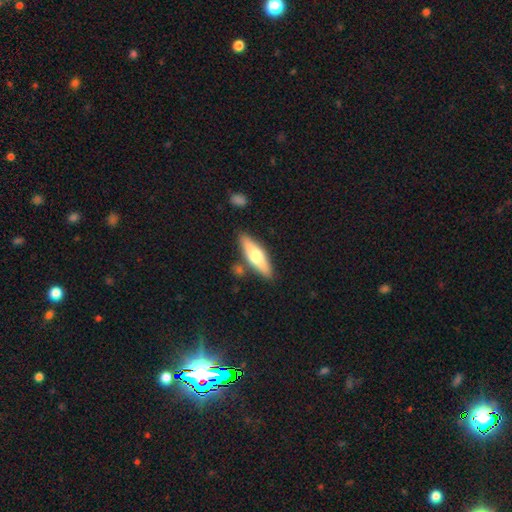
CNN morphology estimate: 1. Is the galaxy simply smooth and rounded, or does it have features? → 51% smooth, 44% featured or disk, 5% star or artifact.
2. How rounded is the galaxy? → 62% cigar-shaped, 36% in between, 2% round.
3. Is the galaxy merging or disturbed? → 83% none, 10% minor disturbance, 4% merger, 2% major disturbance.